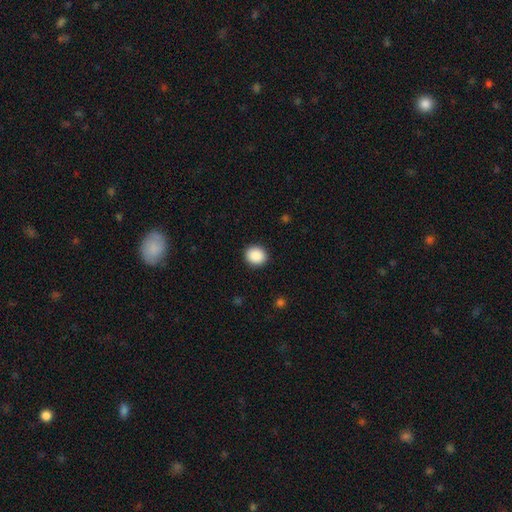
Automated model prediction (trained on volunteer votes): Morphology: type=smooth (89%); roundness=round (80%); merging=none (91%).